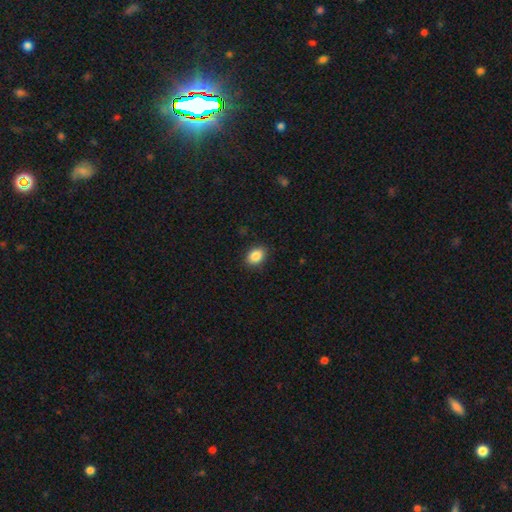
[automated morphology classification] Smooth or featured?
  - smooth: 88% *
  - star or artifact: 8%
  - featured or disk: 4%
How rounded?
  - in between: 72% *
  - round: 27%
  - cigar-shaped: 1%
Merging?
  - none: 88% *
  - minor disturbance: 9%
  - major disturbance: 2%
  - merger: 1%